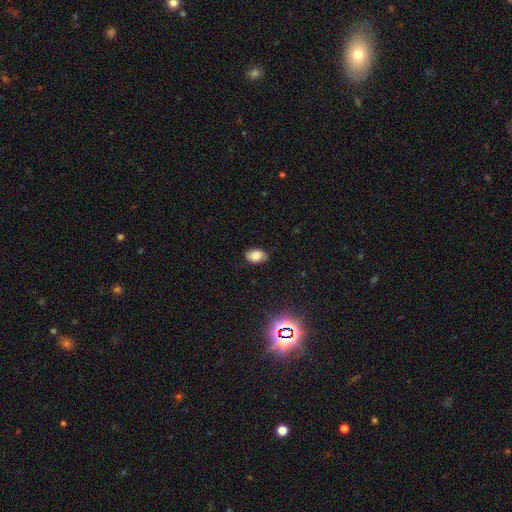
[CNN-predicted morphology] smooth 81%, star or artifact 10%, featured or disk 9%. Down the decision tree: how rounded — in between (90%); merging — none (82%).